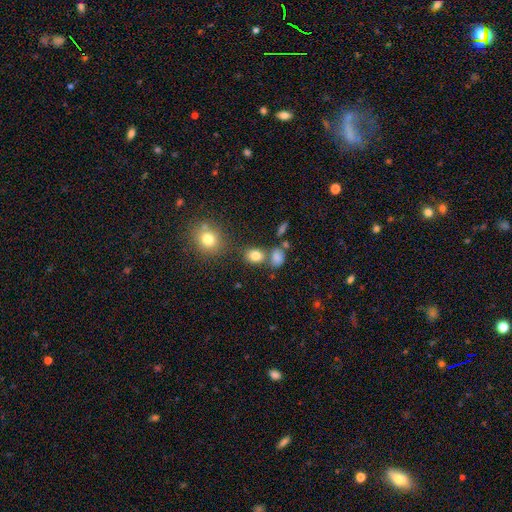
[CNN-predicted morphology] Smooth or featured?
  - smooth: 80% *
  - star or artifact: 13%
  - featured or disk: 7%
How rounded?
  - round: 51% *
  - in between: 48%
  - cigar-shaped: 1%
Merging?
  - none: 66% *
  - merger: 18%
  - minor disturbance: 12%
  - major disturbance: 4%